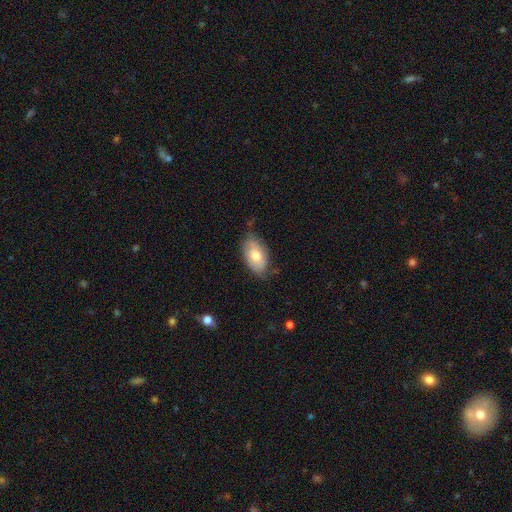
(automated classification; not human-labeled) Morphology: type=smooth (72%); roundness=in between (93%); merging=none (62%).